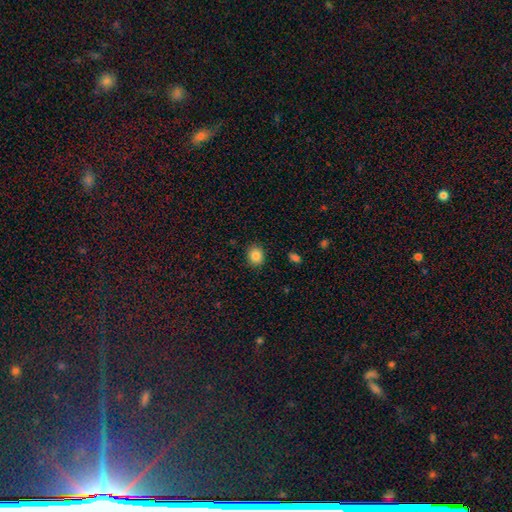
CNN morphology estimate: type=smooth (85%); roundness=round (70%); merging=none (89%).